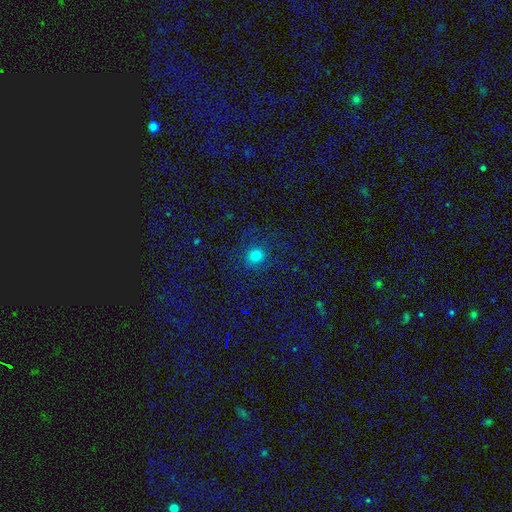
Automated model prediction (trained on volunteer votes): This appears to be a smooth galaxy with no disk features (62%) that is round (88%). Merging: none (77%).